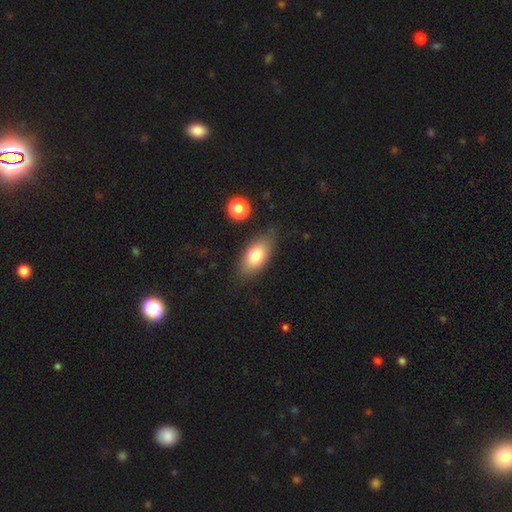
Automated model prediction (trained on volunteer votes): Overall: smooth (77%). How rounded: in between (87%). Merging: none (78%).